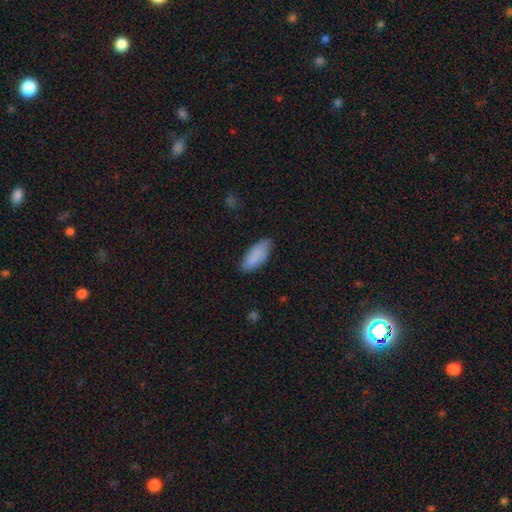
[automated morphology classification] This appears to be a smooth galaxy with no disk features (86%) that is in between round and cigar-shaped (84%). Merging: none (76%).